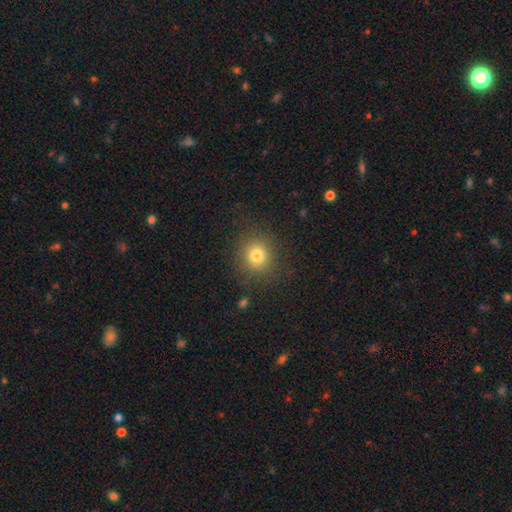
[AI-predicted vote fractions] smooth 77%, star or artifact 15%, featured or disk 8%. Down the decision tree: how rounded — round (88%); merging — none (86%).